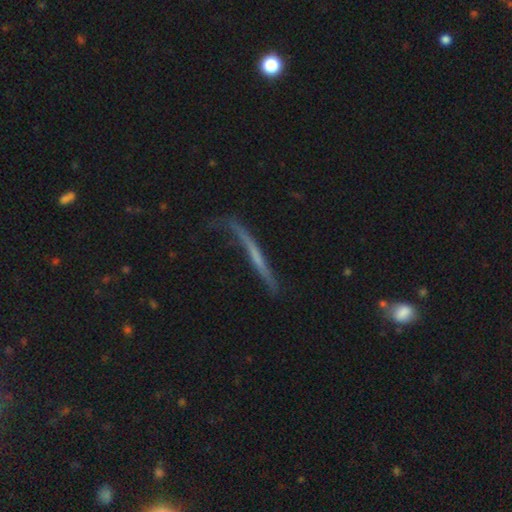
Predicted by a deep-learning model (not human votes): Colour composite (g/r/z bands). It shows a featured or disk galaxy (58%) viewed edge-on (86%). Merging: none (53%).